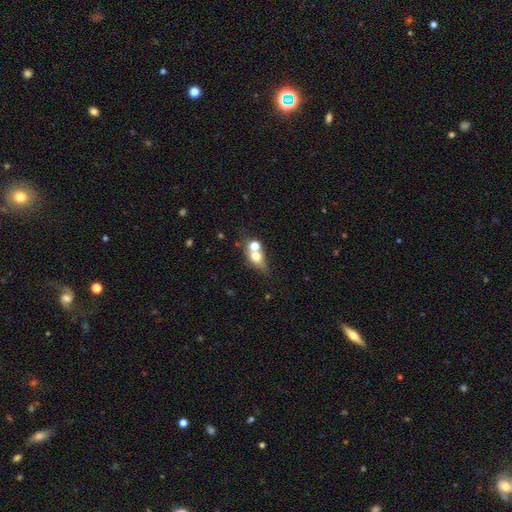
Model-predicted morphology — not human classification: Smooth or featured: smooth — 61% (featured or disk — 26%)
How rounded: in between — 54% (round — 37%)
Merging: none — 42% (merger — 40%)